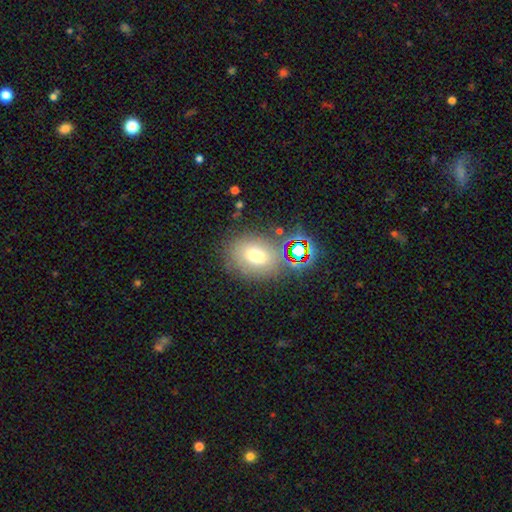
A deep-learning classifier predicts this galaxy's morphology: smooth-or-featured: smooth: 66% | star or artifact: 19% | featured or disk: 15%
  how-rounded: in between: 54% | round: 45% | cigar-shaped: 1%
  merging: none: 74% | minor disturbance: 13% | merger: 7% | major disturbance: 6%